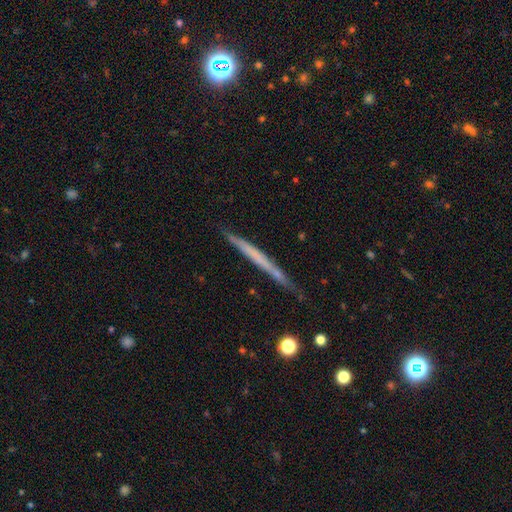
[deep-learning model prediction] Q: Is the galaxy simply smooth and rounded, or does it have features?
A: featured or disk — 51%.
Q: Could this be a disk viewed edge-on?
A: yes — 96%.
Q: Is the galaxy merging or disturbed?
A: none — 80%.